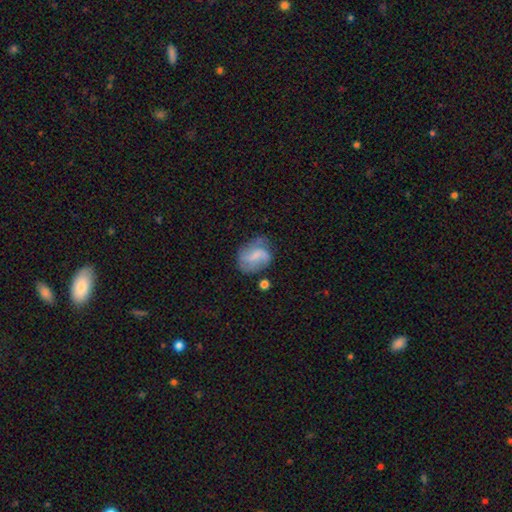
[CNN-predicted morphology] A featured or disk galaxy (51%).

Vote fractions:
- Smooth or featured? featured or disk: 51% / smooth: 41% / star or artifact: 8%
- Edge-on disk? no: 97% / yes: 3%
- Merging? none: 48% / minor disturbance: 29% / major disturbance: 18% / merger: 5%